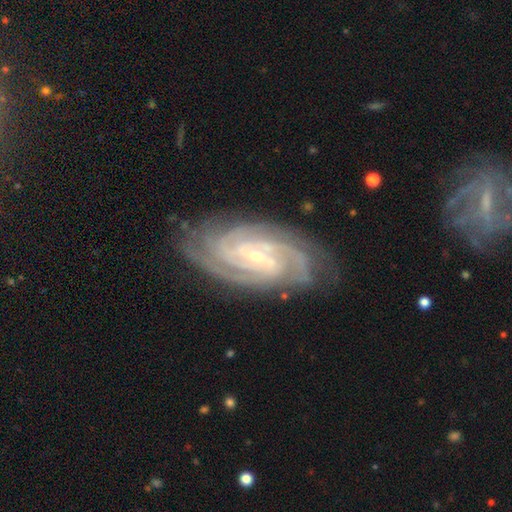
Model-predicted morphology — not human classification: Overall: featured or disk (92%). Edge-on disk: no (96%). Bar: weak (41%; no 33%). Spiral arms: yes (99%). Spiral arm count: 4 (32%; 3 24%). Spiral winding: tight (75%). Bulge size: small (79%). Merging: none (81%).